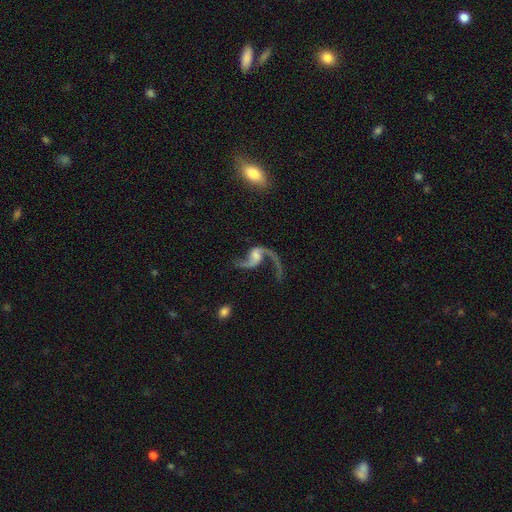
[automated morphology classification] Smooth or featured? Predicted: featured or disk (p=0.90). Edge-on disk? Predicted: no (p=0.97). Bar? Predicted: no (p=0.49). Spiral arms? Predicted: yes (p=0.97). Spiral winding? Predicted: loose (p=0.89). Spiral arm count? Predicted: 2 (p=0.90). Bulge size? Predicted: small (p=0.33). Merging? Predicted: none (p=0.59).